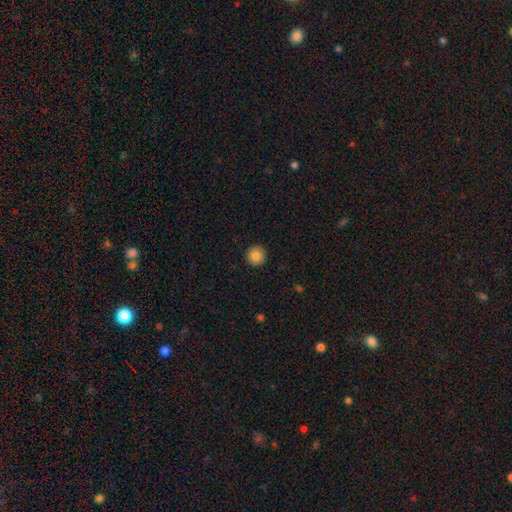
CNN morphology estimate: A smooth galaxy with no disk features (84%) that is round (95%). Merging: none (92%).